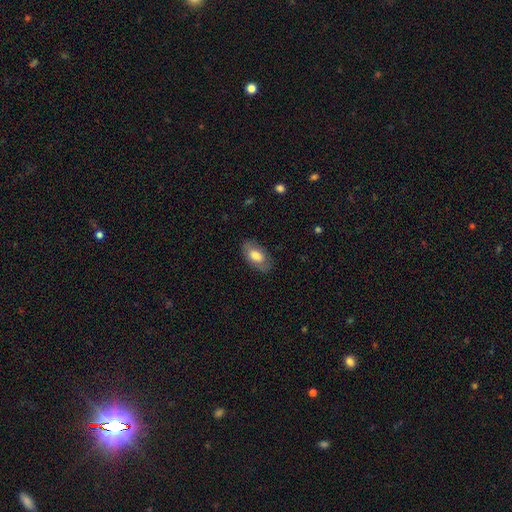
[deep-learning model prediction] Q: Smooth or featured?
A: smooth (71%); runner-up: featured or disk (22%)
Q: How rounded?
A: in between (93%); runner-up: round (4%)
Q: Merging?
A: none (80%); runner-up: minor disturbance (15%)